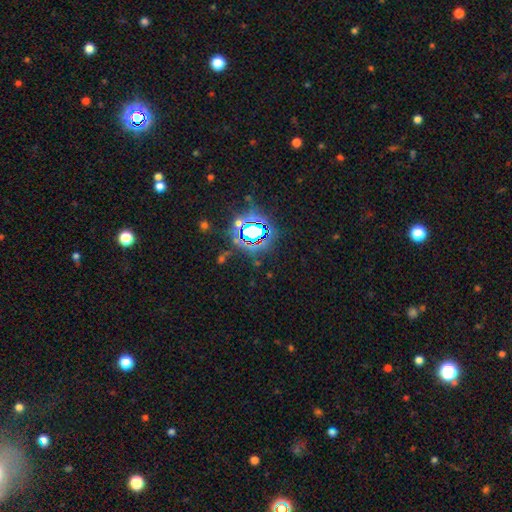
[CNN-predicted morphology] Smooth or featured: star or artifact — 81% (smooth — 11%)